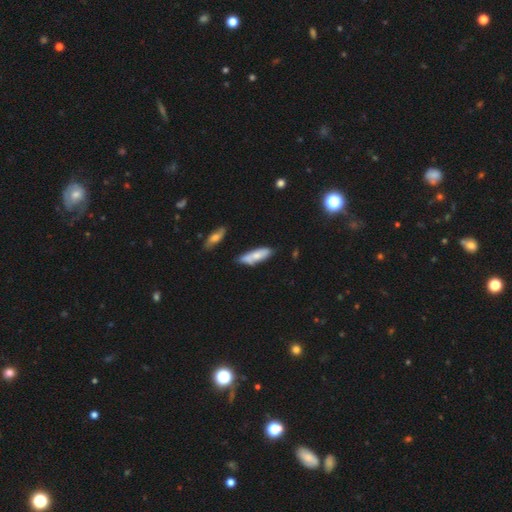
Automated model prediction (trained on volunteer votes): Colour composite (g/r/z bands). It shows a smooth galaxy with no disk features (69%) that is in between round and cigar-shaped (53%). Merging: none (60%).